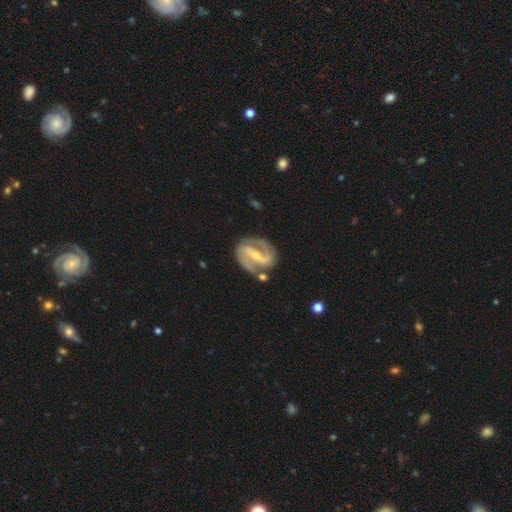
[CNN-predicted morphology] This appears to be a featured or disk galaxy (92%) with a strong bar (69%), 2 (92%) medium (51%) spiral arms (97%) and a small central bulge (67%). Merging: none (77%).